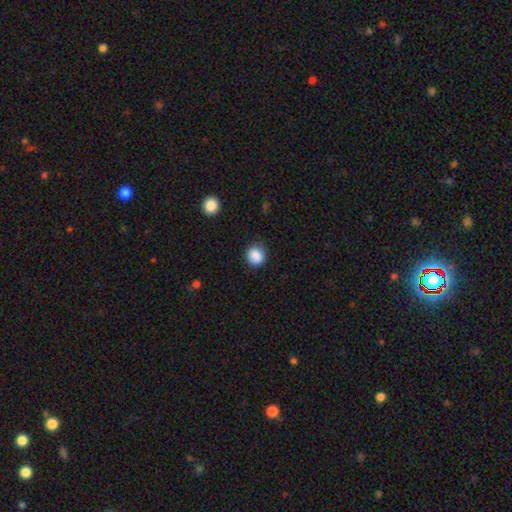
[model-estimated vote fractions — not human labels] smooth_or_featured: smooth (p=0.88) [alt: star or artifact p=0.09]
how_rounded: round (p=0.84) [alt: in between p=0.15]
merging: none (p=0.85) [alt: minor disturbance p=0.11]